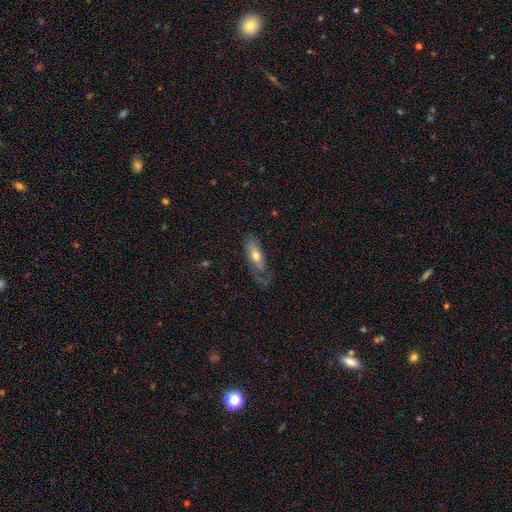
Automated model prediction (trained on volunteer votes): The model was most divided on "merging": none: 45%, minor disturbance: 29%, major disturbance: 24%, merger: 2%. More confident: how rounded — in between (70%); smooth or featured — smooth (58%).